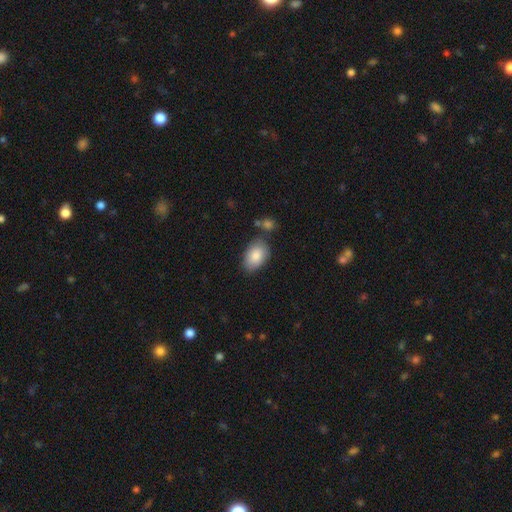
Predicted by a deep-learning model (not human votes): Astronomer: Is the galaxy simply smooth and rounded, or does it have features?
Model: smooth — 85%.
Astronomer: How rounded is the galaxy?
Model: in between — 89%.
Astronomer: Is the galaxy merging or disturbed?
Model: none — 71%.